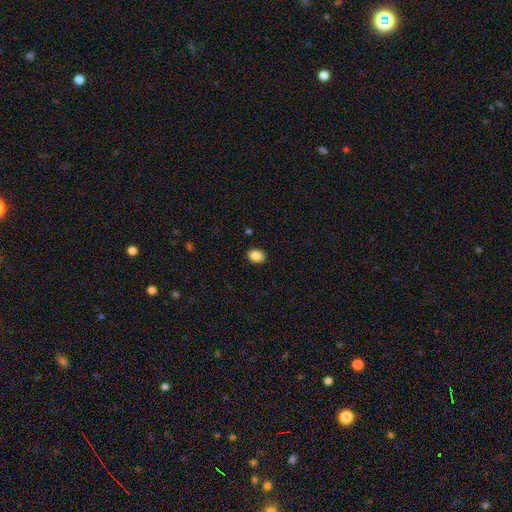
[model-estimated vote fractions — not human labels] Overall: smooth (87%). How rounded: in between (75%). Merging: none (89%).